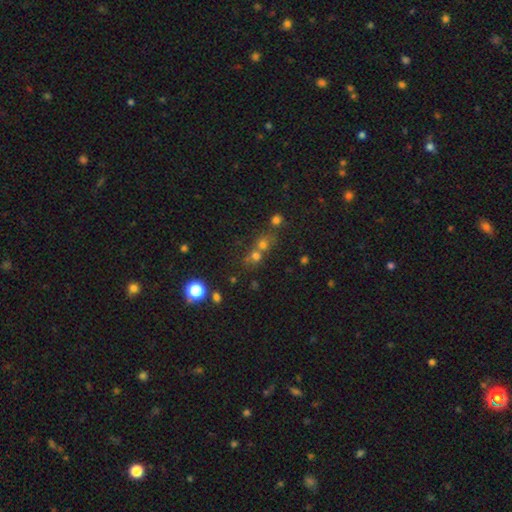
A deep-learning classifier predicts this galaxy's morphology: The model was most divided on "smooth or featured": smooth: 44%, star or artifact: 42%, featured or disk: 13%. More confident: merging — none (51%).